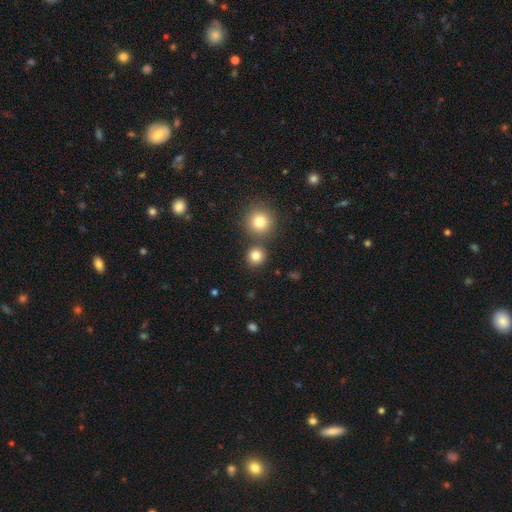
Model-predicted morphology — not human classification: This is clearly a smooth galaxy (82%). How rounded: clearly round (91%). Merging: likely none (78%).